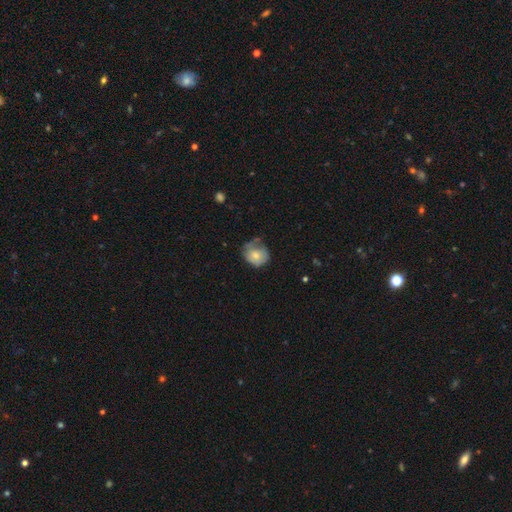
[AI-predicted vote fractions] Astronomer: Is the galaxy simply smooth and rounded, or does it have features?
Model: smooth — 69%.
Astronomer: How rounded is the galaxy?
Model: round — 72%.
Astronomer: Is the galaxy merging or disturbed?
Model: none — 42% (runner-up: minor disturbance, 37%).